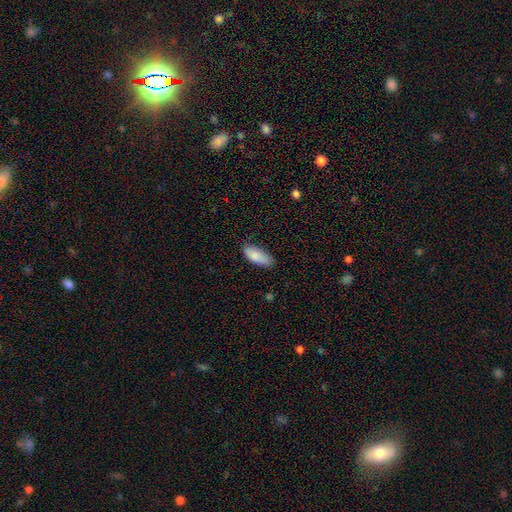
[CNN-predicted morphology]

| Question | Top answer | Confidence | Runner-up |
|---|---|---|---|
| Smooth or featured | smooth | 88% | featured or disk (6%) |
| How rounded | in between | 81% | cigar-shaped (18%) |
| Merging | none | 77% | minor disturbance (19%) |